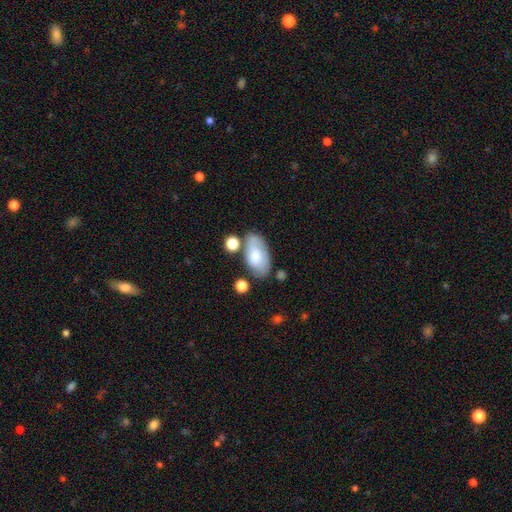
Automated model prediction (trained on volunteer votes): This appears to be a smooth galaxy with no disk features (67%) that is in between round and cigar-shaped (93%). Merging: none (62%).